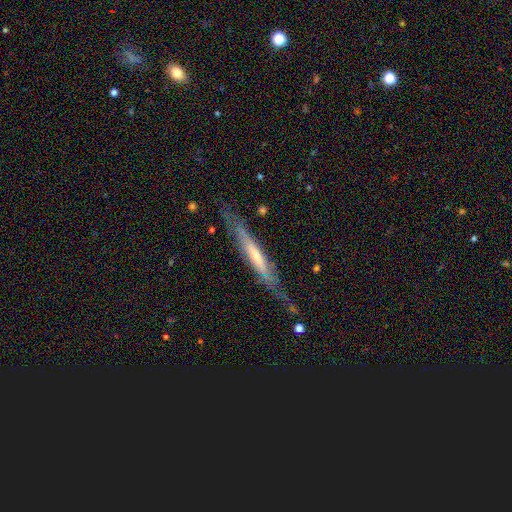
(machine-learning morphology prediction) Smooth or featured? featured or disk (67%)
Edge-on disk? yes (78%)
Edge-on bulge? none (51%)
Merging? none (67%)